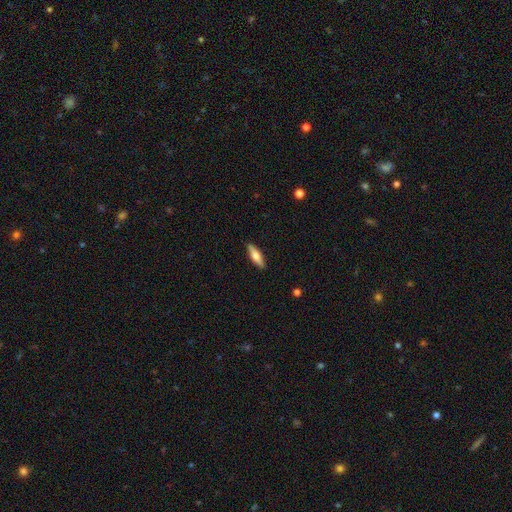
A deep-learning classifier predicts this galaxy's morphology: This is possibly a smooth galaxy (59%). How rounded: possibly cigar-shaped (56%). Merging: clearly none (89%).